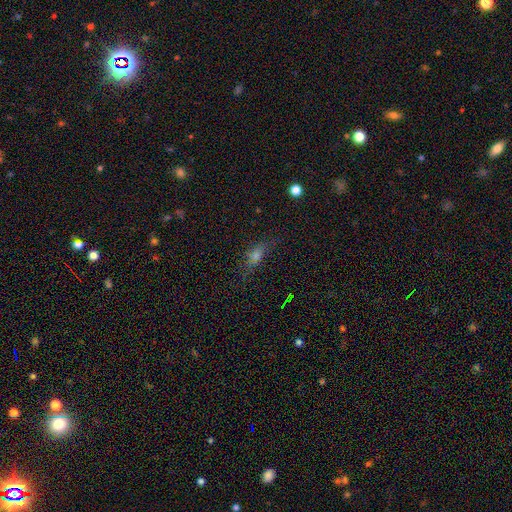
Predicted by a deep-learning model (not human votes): Smooth or featured?
  - smooth: 54% *
  - featured or disk: 24%
  - star or artifact: 22%
How rounded?
  - in between: 59% *
  - cigar-shaped: 31%
  - round: 10%
Merging?
  - none: 66% *
  - minor disturbance: 21%
  - major disturbance: 10%
  - merger: 3%